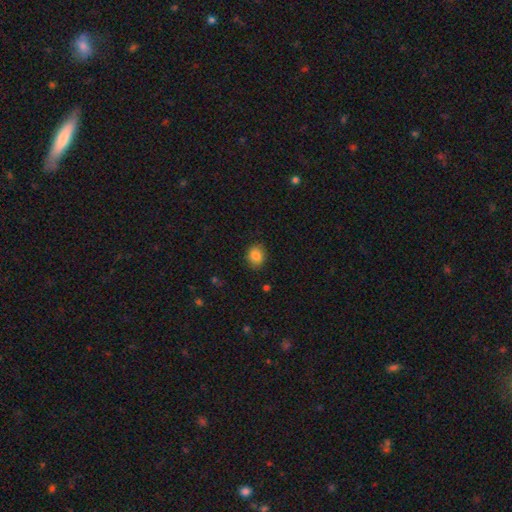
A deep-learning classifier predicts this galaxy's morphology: smooth_or_featured: smooth (p=0.85) [alt: star or artifact p=0.09]
how_rounded: round (p=0.58) [alt: in between p=0.41]
merging: none (p=0.87) [alt: minor disturbance p=0.10]